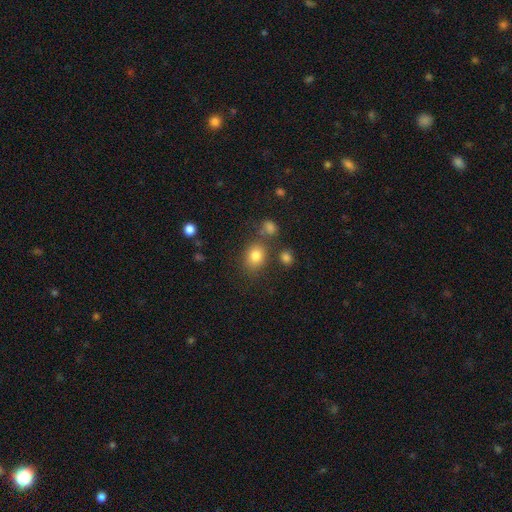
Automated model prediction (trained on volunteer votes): The model was most divided on "how rounded": round: 50%, in between: 49%, cigar-shaped: 1%. More confident: smooth or featured — smooth (80%); merging — none (73%).